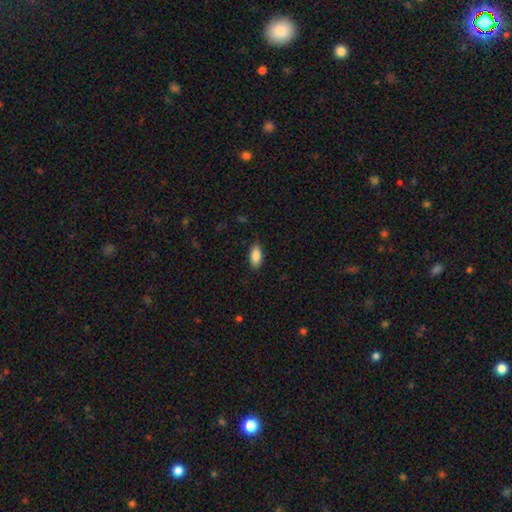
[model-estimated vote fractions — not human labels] Smooth or featured: smooth — 87% (star or artifact — 7%)
How rounded: in between — 88% (cigar-shaped — 9%)
Merging: none — 83% (minor disturbance — 13%)